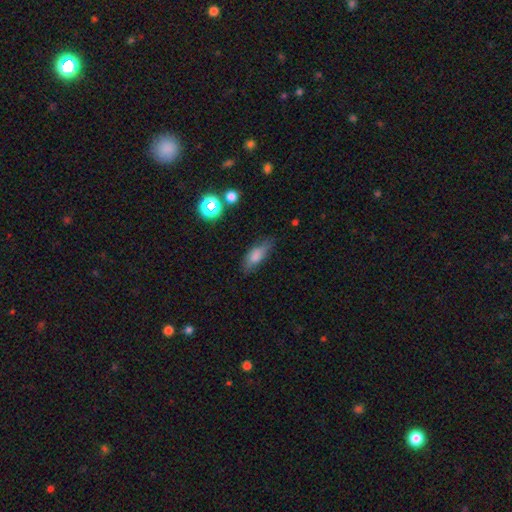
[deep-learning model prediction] Smooth or featured?
  - smooth: 74% *
  - featured or disk: 16%
  - star or artifact: 10%
How rounded?
  - in between: 66% *
  - cigar-shaped: 30%
  - round: 4%
Merging?
  - none: 71% *
  - minor disturbance: 21%
  - major disturbance: 5%
  - merger: 2%